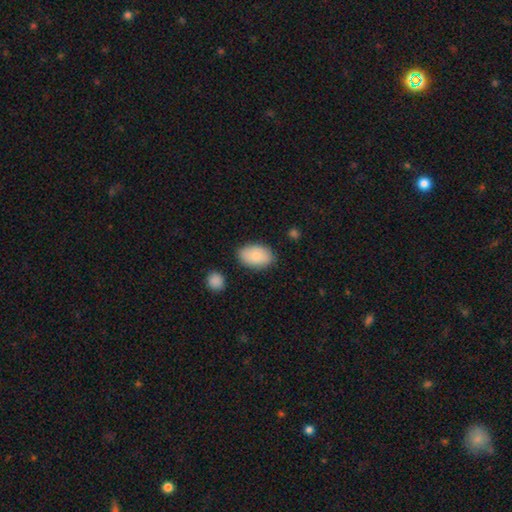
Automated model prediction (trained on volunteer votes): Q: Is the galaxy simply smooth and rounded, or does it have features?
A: smooth — 87%.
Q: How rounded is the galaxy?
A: in between — 92%.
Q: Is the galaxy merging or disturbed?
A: none — 83%.